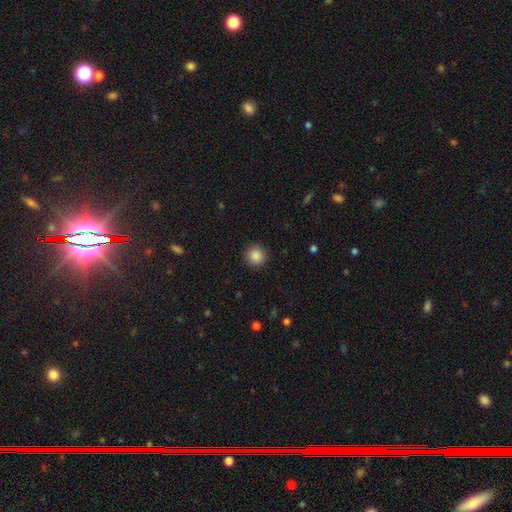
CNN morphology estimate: The model was most divided on "smooth or featured": smooth: 87%, star or artifact: 9%, featured or disk: 3%. More confident: how rounded — round (94%); merging — none (92%).